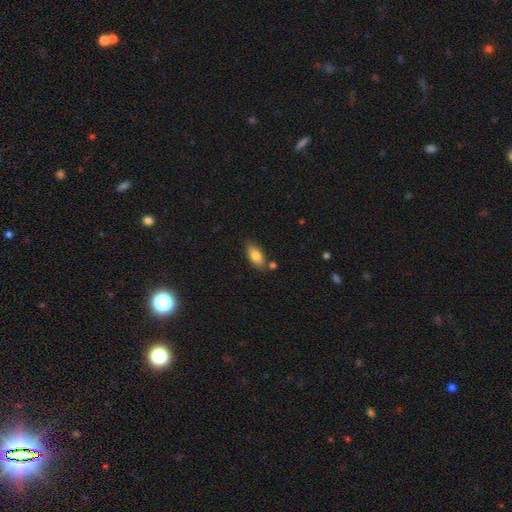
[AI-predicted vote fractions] A smooth galaxy with no disk features (81%) that is in between round and cigar-shaped (88%).

Vote fractions:
- Smooth or featured? smooth: 81% / featured or disk: 12% / star or artifact: 7%
- How rounded? in between: 88% / cigar-shaped: 9% / round: 3%
- Merging? none: 75% / minor disturbance: 15% / merger: 7% / major disturbance: 3%